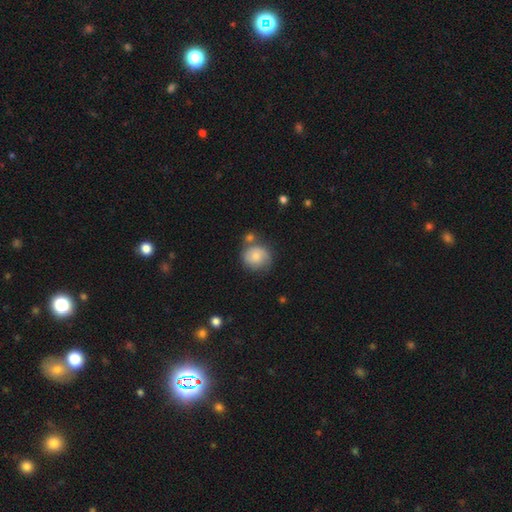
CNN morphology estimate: smooth 63%, featured or disk 30%, star or artifact 7%. Down the decision tree: how rounded — round (84%); merging — none (56%).